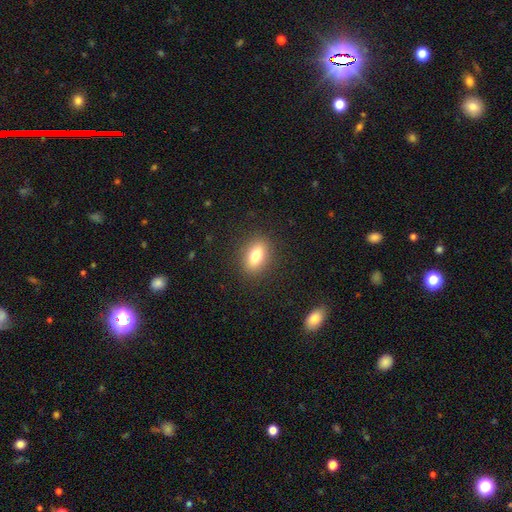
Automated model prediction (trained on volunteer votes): Smooth or featured: smooth — 79% (featured or disk — 12%)
How rounded: in between — 83% (round — 12%)
Merging: none — 88% (minor disturbance — 8%)